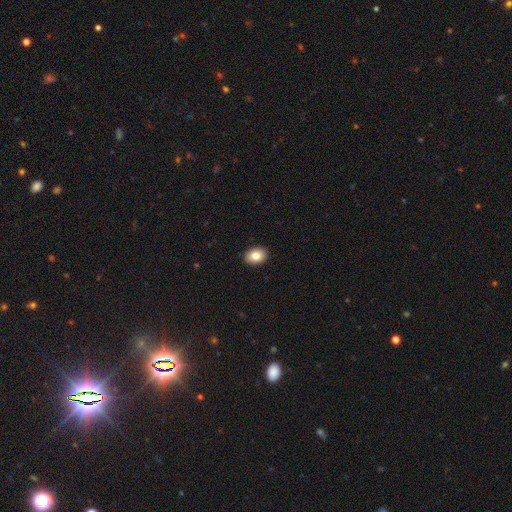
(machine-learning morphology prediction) A smooth galaxy with no disk features (85%) that is in between round and cigar-shaped (72%). Merging: none (91%).